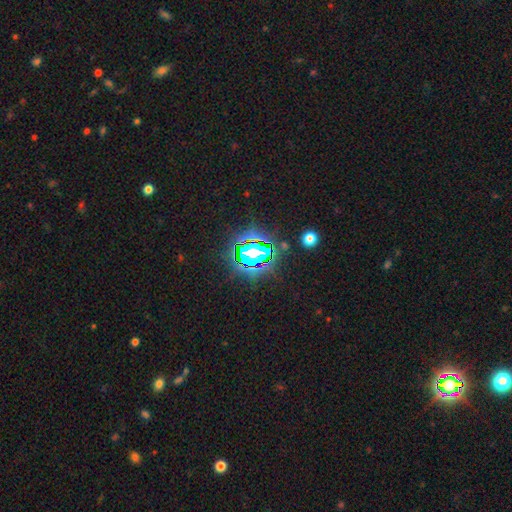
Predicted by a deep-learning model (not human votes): smooth_or_featured: star or artifact (p=0.79) [alt: smooth p=0.13]